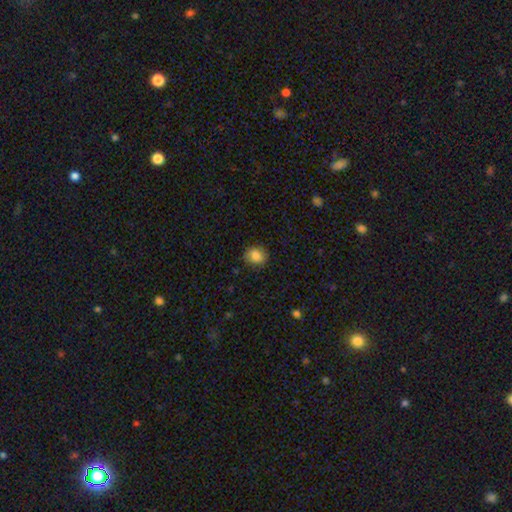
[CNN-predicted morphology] A smooth galaxy with no disk features (84%) that is round (68%).

Vote fractions:
- Smooth or featured? smooth: 84% / star or artifact: 9% / featured or disk: 7%
- How rounded? round: 68% / in between: 31% / cigar-shaped: 1%
- Merging? none: 84% / minor disturbance: 12% / major disturbance: 3% / merger: 1%